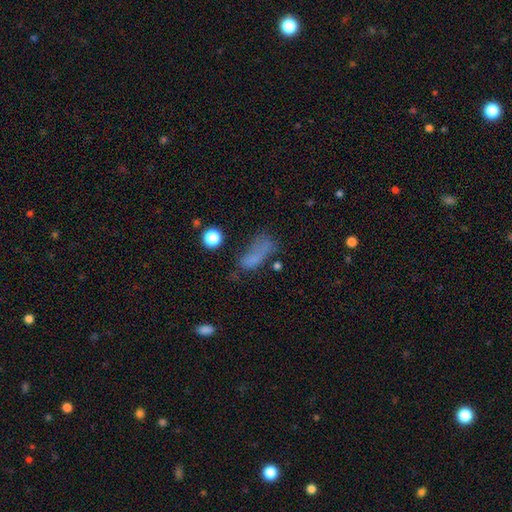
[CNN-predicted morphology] type=smooth (62%); roundness=in between (69%); merging=none (34%).